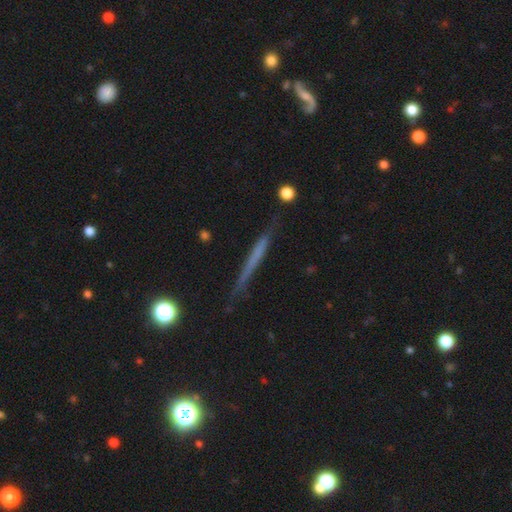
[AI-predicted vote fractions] This appears to be a featured or disk galaxy (45%, tied with smooth). Merging: none (81%).